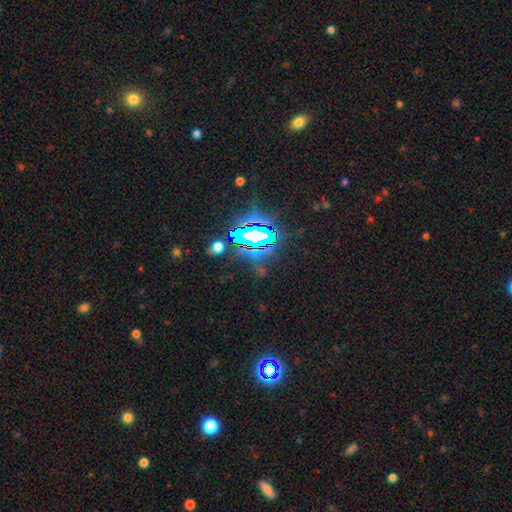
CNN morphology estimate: The model was most divided on "smooth or featured": star or artifact: 81%, smooth: 11%, featured or disk: 8%.